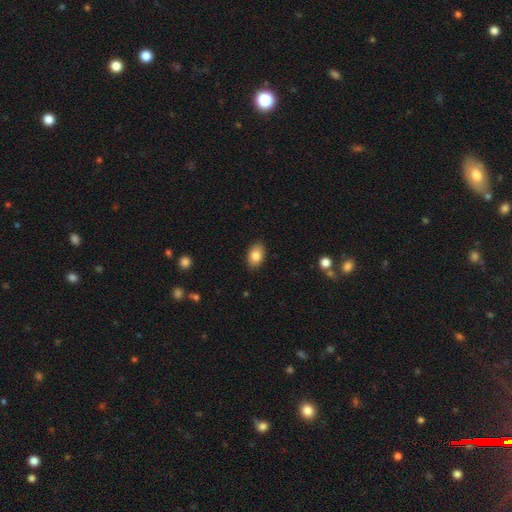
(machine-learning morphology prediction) type=smooth (83%); roundness=in between (88%); merging=none (87%).